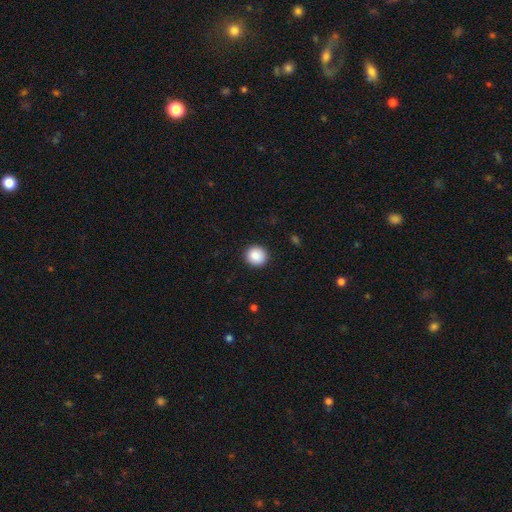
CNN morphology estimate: Smooth or featured? smooth (89%)
How rounded? round (91%)
Merging? none (92%)